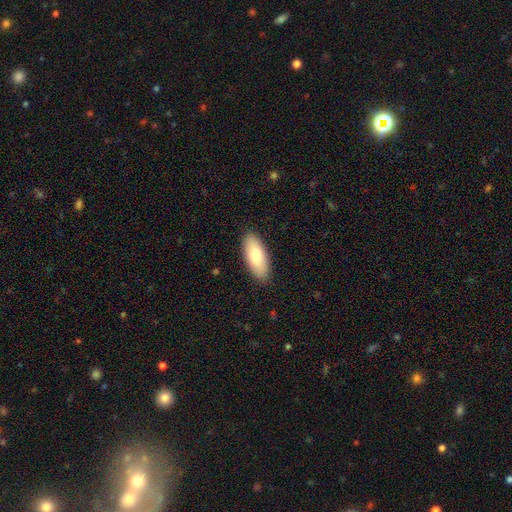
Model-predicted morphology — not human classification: Overall: smooth (77%). How rounded: in between (83%). Merging: none (89%).